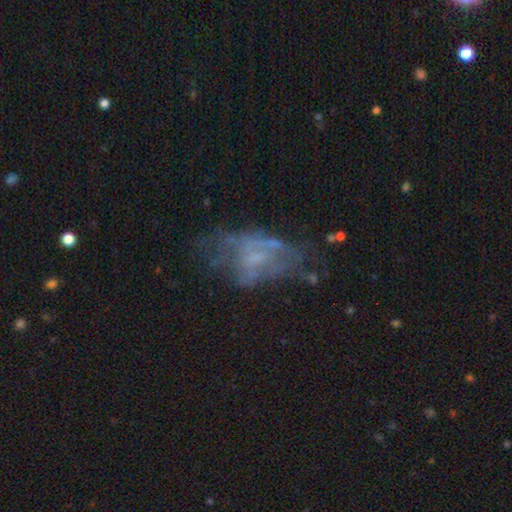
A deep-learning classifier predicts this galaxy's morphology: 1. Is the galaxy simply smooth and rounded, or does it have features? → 60% featured or disk, 24% smooth, 16% star or artifact.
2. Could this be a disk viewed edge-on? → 96% no, 4% yes.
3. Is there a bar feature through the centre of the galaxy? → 75% no, 20% weak, 5% strong.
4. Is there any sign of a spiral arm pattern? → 73% no, 27% yes.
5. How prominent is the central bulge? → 51% none, 31% small, 15% moderate, 2% large, 1% dominant.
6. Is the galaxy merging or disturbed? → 37% none, 35% major disturbance, 22% minor disturbance, 6% merger.